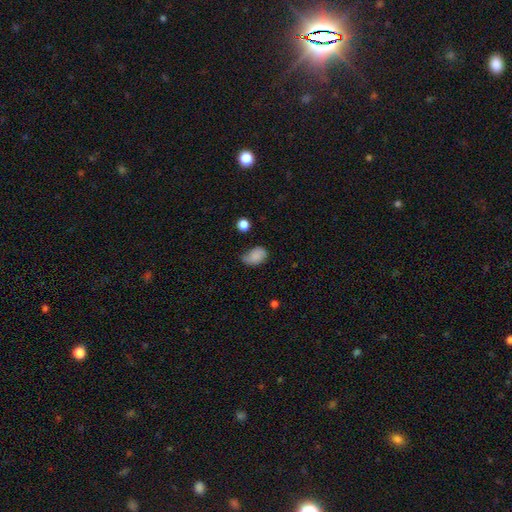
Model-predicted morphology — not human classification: A smooth galaxy with no disk features (79%) that is in between round and cigar-shaped (81%). Merging: none (46%).